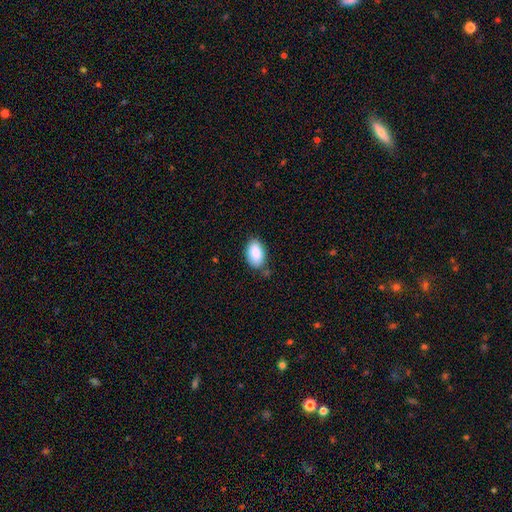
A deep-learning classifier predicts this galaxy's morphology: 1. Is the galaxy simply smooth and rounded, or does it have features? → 89% smooth, 6% star or artifact, 5% featured or disk.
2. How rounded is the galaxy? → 94% in between, 4% round, 2% cigar-shaped.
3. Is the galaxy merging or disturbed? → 79% none, 16% minor disturbance, 3% major disturbance, 2% merger.